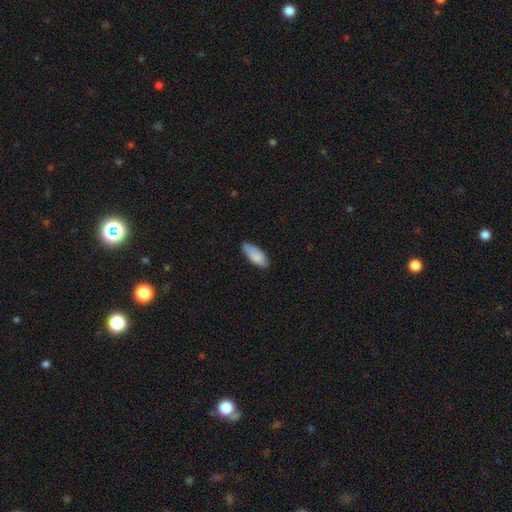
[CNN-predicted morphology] The model was most divided on "merging": none: 74%, minor disturbance: 22%, major disturbance: 3%, merger: 1%. More confident: how rounded — in between (83%); smooth or featured — smooth (83%).